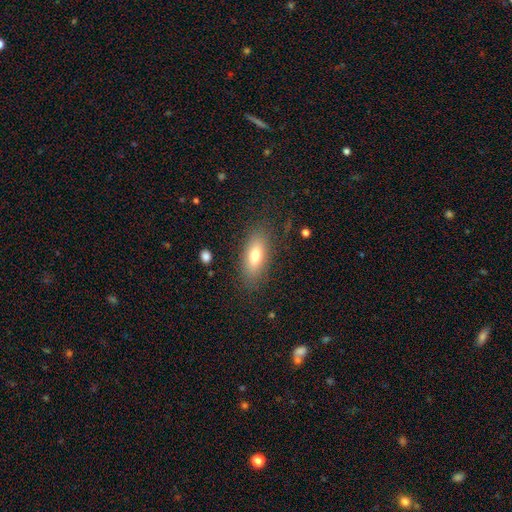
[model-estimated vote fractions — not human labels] Morphology: type=smooth (72%); roundness=in between (78%); merging=none (82%).